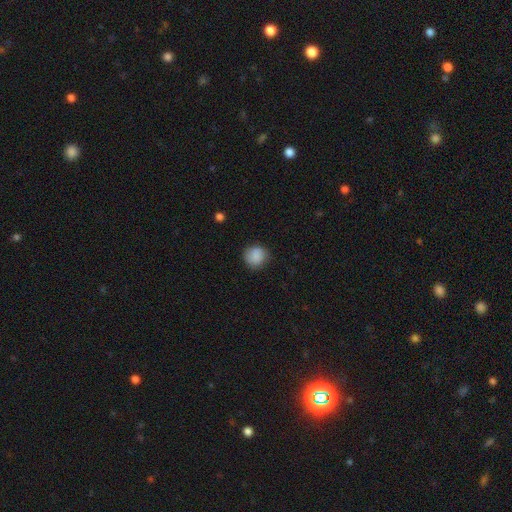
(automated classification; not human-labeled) A smooth galaxy with no disk features (87%) that is round (89%). Merging: none (83%).